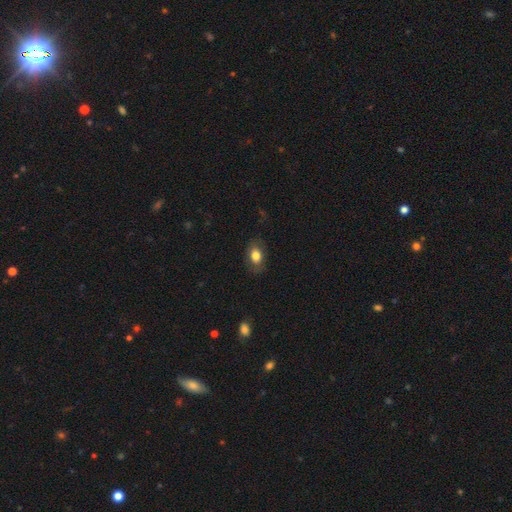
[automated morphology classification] This is likely a smooth galaxy (80%). How rounded: clearly in between (82%). Merging: likely none (79%).